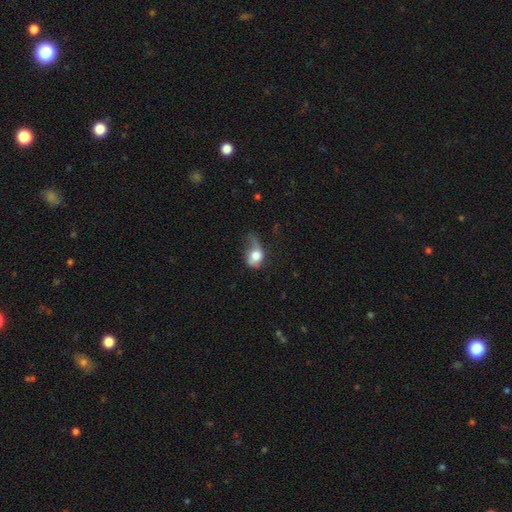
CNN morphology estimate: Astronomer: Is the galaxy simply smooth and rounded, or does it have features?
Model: smooth — 69%.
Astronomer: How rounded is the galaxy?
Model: in between — 53% (runner-up: round, 46%).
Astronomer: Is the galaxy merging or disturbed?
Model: major disturbance — 44% (runner-up: minor disturbance, 31%).